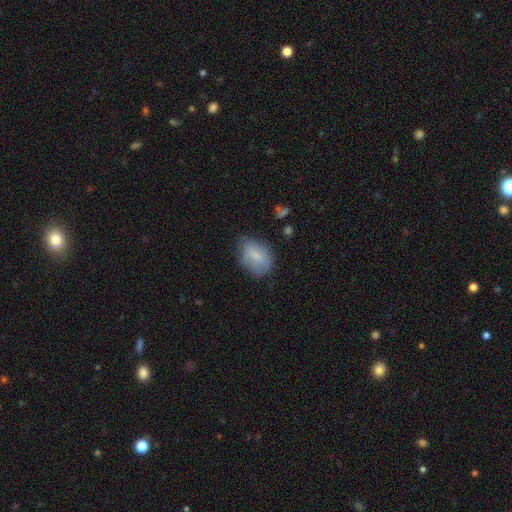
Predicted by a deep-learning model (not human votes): Morphology: type=smooth (75%); roundness=in between (77%); merging=none (59%).